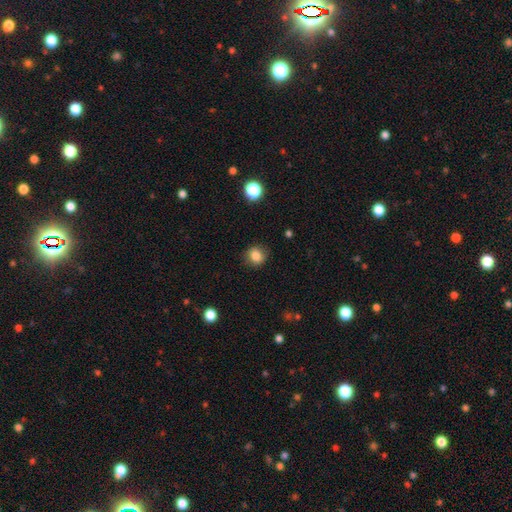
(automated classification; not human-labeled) smooth-or-featured: smooth: 84% | star or artifact: 11% | featured or disk: 6%
  how-rounded: round: 80% | in between: 19% | cigar-shaped: 1%
  merging: none: 86% | minor disturbance: 10% | major disturbance: 3% | merger: 1%